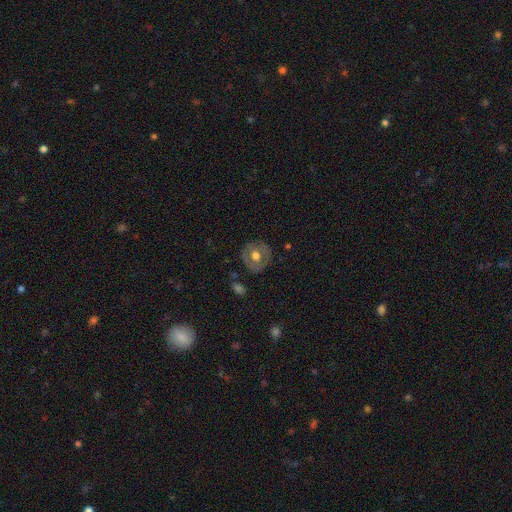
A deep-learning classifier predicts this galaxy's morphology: type=smooth (48%); merging=none (81%).